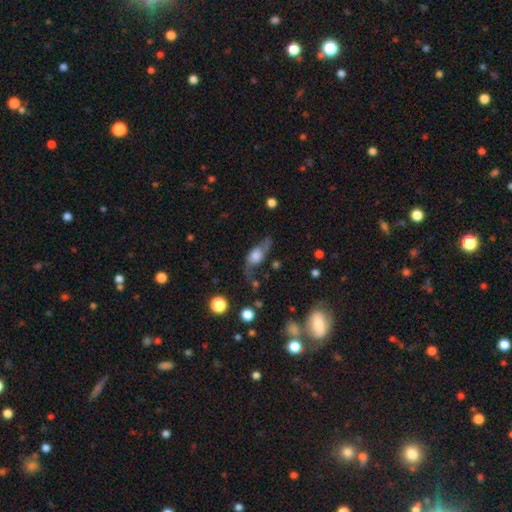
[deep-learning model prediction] Smooth or featured? Predicted: featured or disk (p=0.52). Edge-on disk? Predicted: no (p=0.67). Merging? Predicted: none (p=0.48).